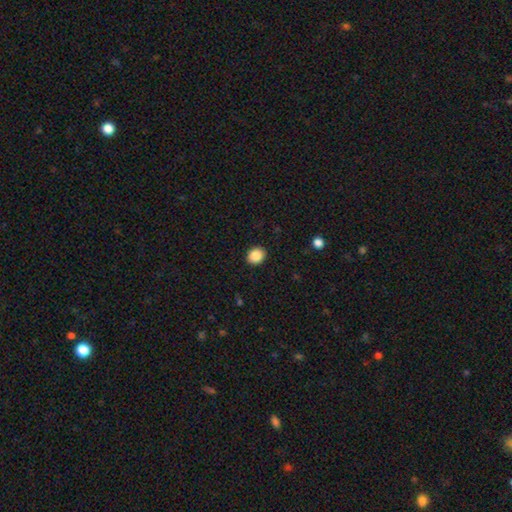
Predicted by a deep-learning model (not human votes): Smooth or featured?
  - smooth: 88% *
  - star or artifact: 9%
  - featured or disk: 3%
How rounded?
  - round: 63% *
  - in between: 37%
  - cigar-shaped: 1%
Merging?
  - none: 91% *
  - minor disturbance: 6%
  - major disturbance: 2%
  - merger: 1%